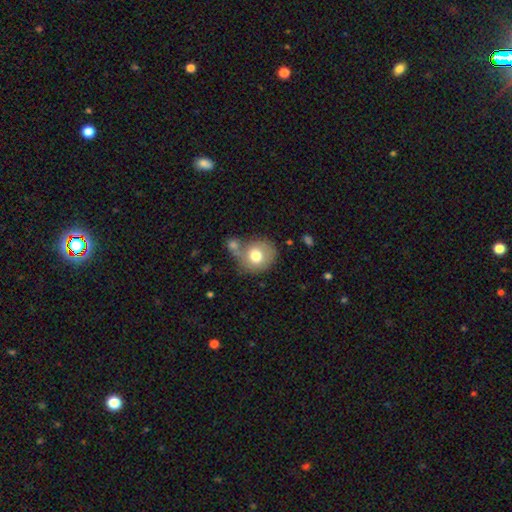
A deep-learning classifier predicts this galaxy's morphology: smooth_or_featured: smooth (p=0.73) [alt: featured or disk p=0.19]
how_rounded: round (p=0.77) [alt: in between p=0.22]
merging: none (p=0.46) [alt: merger p=0.30]